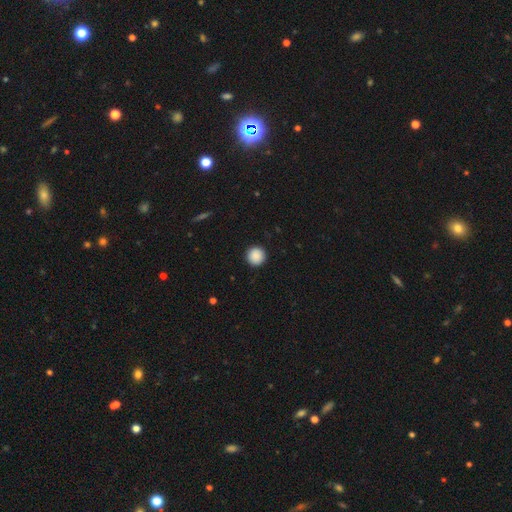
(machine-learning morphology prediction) type=smooth (89%); roundness=round (96%); merging=none (93%).